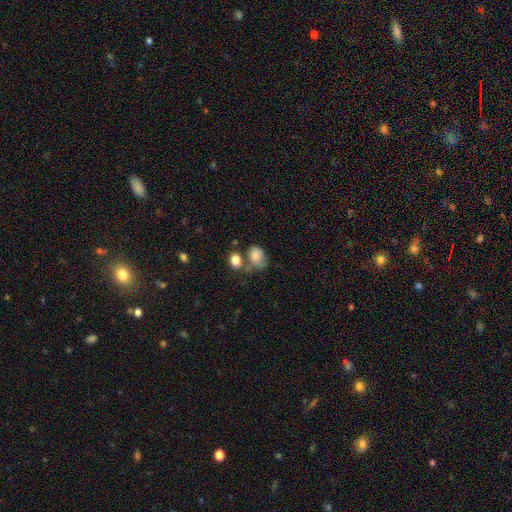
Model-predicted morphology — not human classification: Smooth or featured? smooth (79%)
How rounded? in between (63%)
Merging? none (37%)